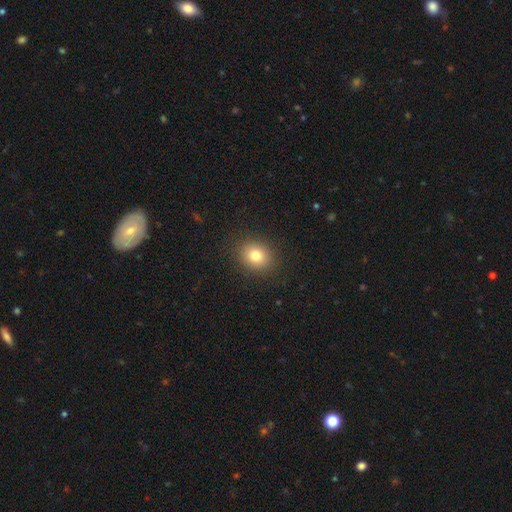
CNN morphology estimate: Overall: smooth (81%). How rounded: round (66%; in between 33%). Merging: none (90%).